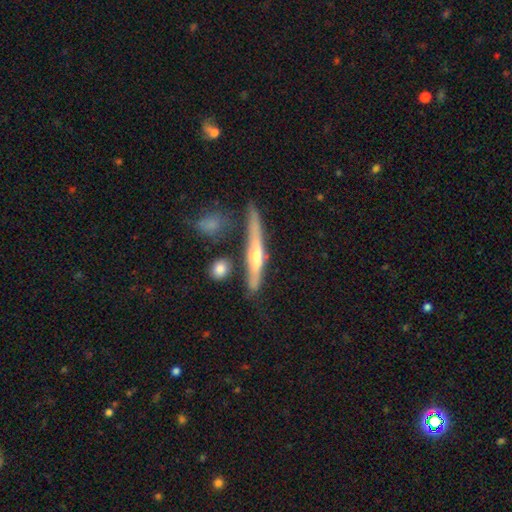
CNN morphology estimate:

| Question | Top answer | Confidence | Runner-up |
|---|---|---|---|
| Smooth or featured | featured or disk | 72% | smooth (22%) |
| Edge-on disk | yes | 96% | no (4%) |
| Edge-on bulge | rounded | 79% | none (14%) |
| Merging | none | 74% | minor disturbance (14%) |